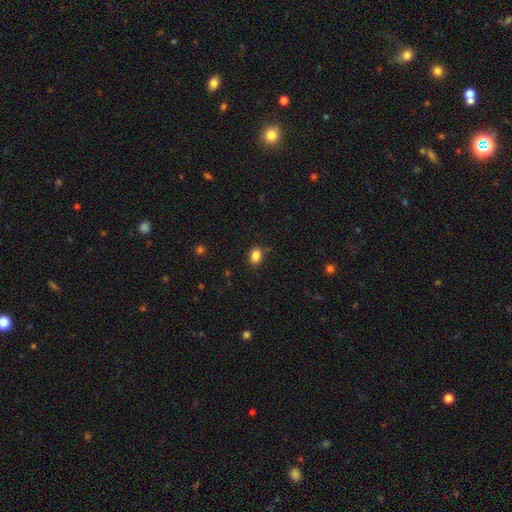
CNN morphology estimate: Overall: smooth (86%). How rounded: in between (74%). Merging: none (84%).